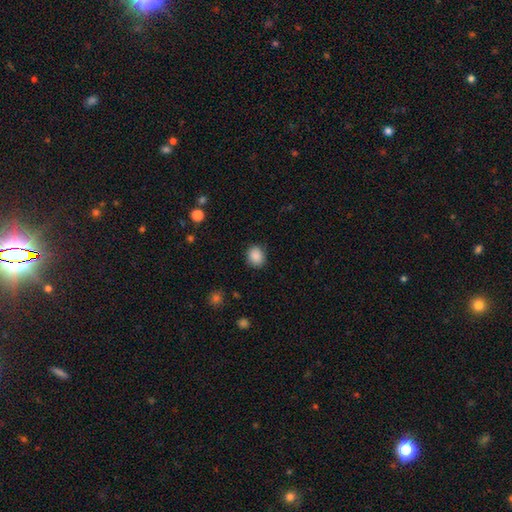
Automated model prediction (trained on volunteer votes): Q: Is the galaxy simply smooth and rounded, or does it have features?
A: smooth — 88%.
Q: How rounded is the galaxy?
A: round — 63%.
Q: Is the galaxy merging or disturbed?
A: none — 85%.